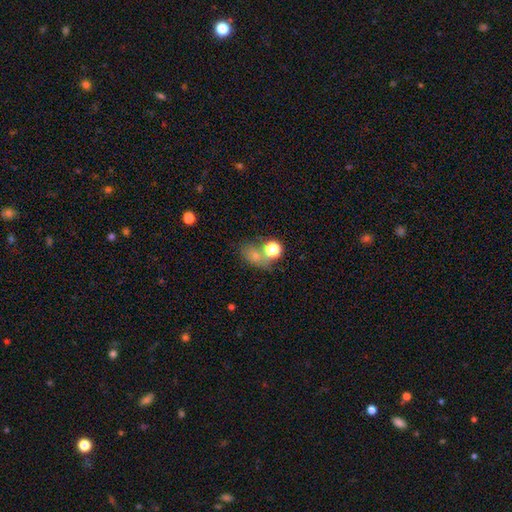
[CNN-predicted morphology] A smooth galaxy with no disk features (65%) that is in between round and cigar-shaped (56%).

Vote fractions:
- Smooth or featured? smooth: 65% / star or artifact: 22% / featured or disk: 14%
- How rounded? in between: 56% / round: 42% / cigar-shaped: 2%
- Merging? none: 45% / merger: 28% / minor disturbance: 15% / major disturbance: 11%